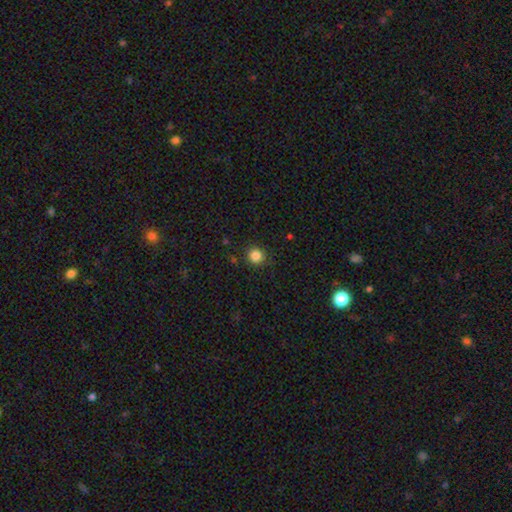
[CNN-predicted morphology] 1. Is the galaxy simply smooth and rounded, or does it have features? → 84% smooth, 12% star or artifact, 4% featured or disk.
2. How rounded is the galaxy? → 93% round, 6% in between, 1% cigar-shaped.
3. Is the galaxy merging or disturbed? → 89% none, 8% minor disturbance, 2% major disturbance, 1% merger.